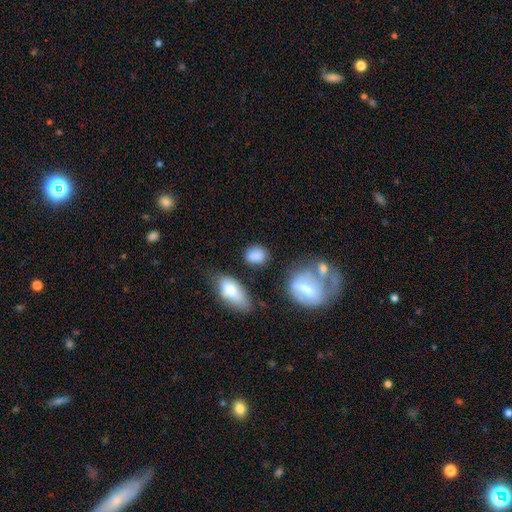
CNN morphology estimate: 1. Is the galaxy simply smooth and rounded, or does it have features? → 82% smooth, 9% star or artifact, 8% featured or disk.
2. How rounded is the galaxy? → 57% in between, 40% round, 3% cigar-shaped.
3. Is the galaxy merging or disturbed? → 65% none, 19% minor disturbance, 9% merger, 7% major disturbance.